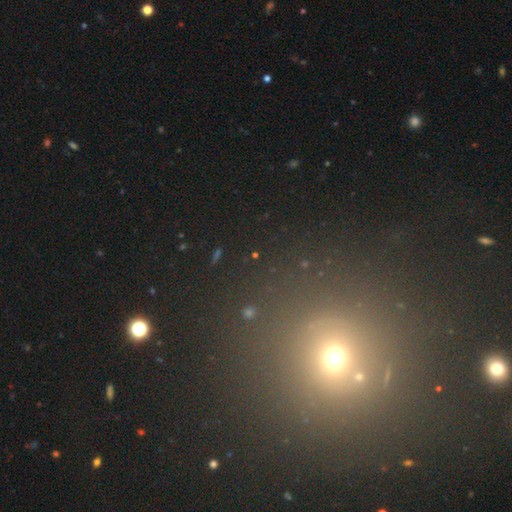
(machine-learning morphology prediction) star or artifact 57%, smooth 28%, featured or disk 15%.